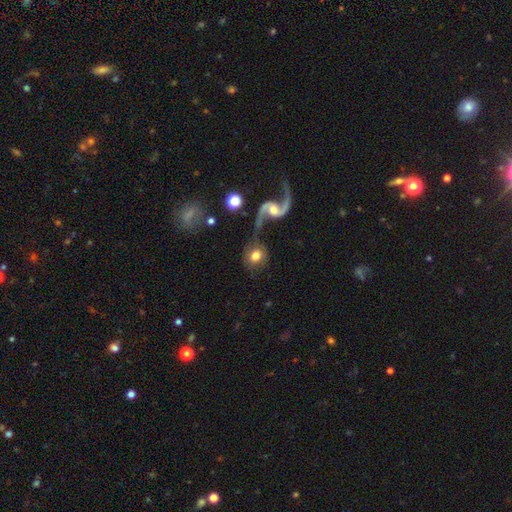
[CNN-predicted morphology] Q: Smooth or featured?
A: smooth (59%); runner-up: featured or disk (34%)
Q: How rounded?
A: round (80%); runner-up: in between (18%)
Q: Merging?
A: none (58%); runner-up: merger (20%)